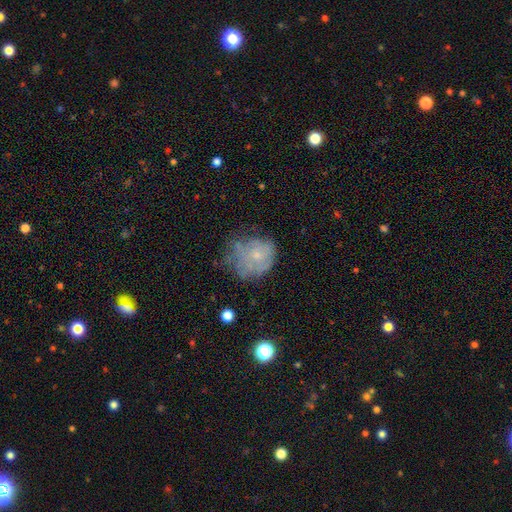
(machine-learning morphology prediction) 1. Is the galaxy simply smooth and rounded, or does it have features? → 46% smooth, 42% featured or disk, 12% star or artifact.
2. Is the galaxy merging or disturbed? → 41% none, 32% minor disturbance, 24% major disturbance, 3% merger.